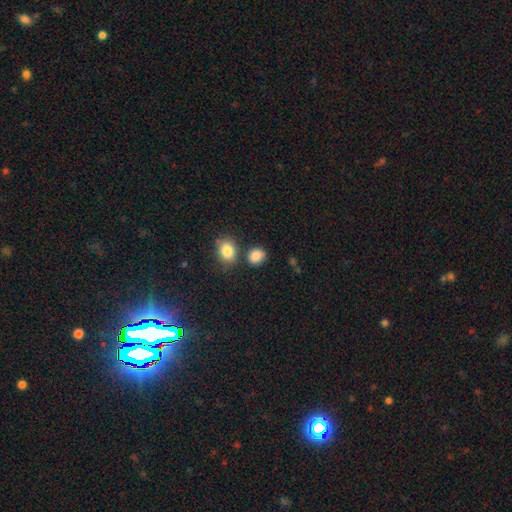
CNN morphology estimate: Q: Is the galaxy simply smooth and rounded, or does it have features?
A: smooth — 86%.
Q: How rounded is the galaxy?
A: round — 64%.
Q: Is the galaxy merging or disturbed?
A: none — 72%.